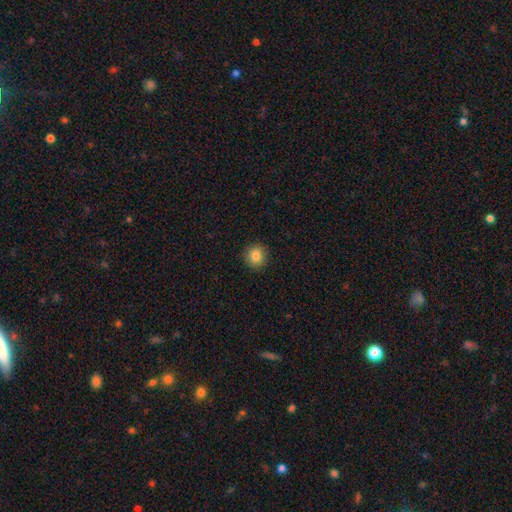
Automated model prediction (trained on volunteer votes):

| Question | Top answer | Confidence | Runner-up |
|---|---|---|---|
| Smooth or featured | smooth | 84% | star or artifact (10%) |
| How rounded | round | 91% | in between (8%) |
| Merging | none | 91% | minor disturbance (6%) |